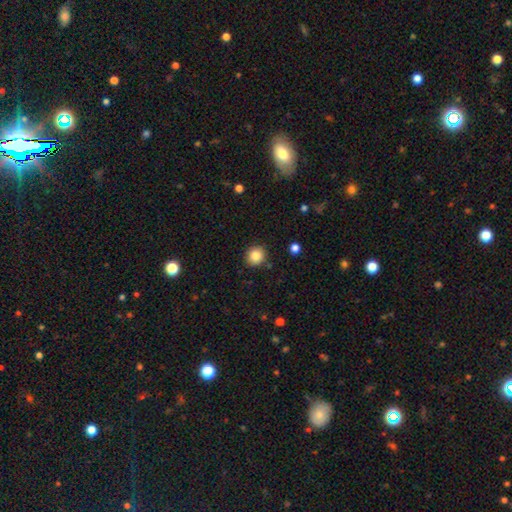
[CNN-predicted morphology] Q: Smooth or featured?
A: smooth (85%); runner-up: star or artifact (10%)
Q: How rounded?
A: round (86%); runner-up: in between (13%)
Q: Merging?
A: none (89%); runner-up: minor disturbance (7%)